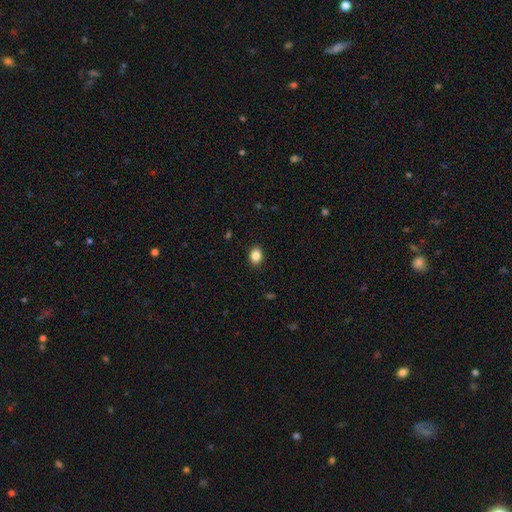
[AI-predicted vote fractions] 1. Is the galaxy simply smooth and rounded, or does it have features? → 86% smooth, 9% star or artifact, 5% featured or disk.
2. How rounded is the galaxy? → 67% in between, 32% round, 1% cigar-shaped.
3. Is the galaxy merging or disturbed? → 90% none, 7% minor disturbance, 2% major disturbance, 1% merger.